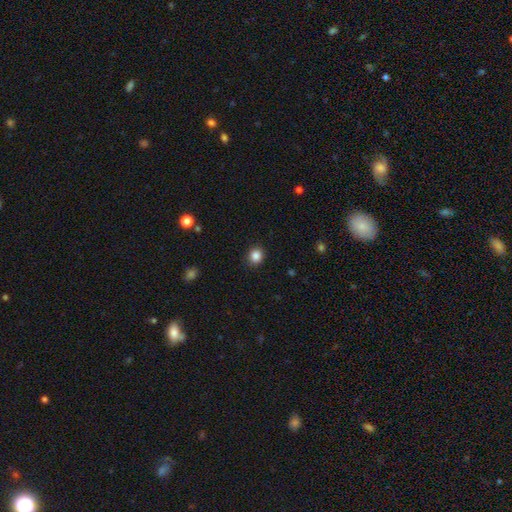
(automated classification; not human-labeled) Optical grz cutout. It shows a smooth galaxy with no disk features (86%) that is round (77%). Merging: none (89%).